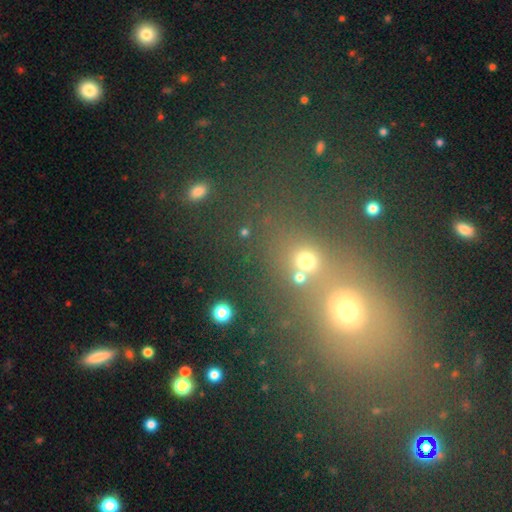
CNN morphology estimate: smooth-or-featured: star or artifact: 50% | smooth: 37% | featured or disk: 13%